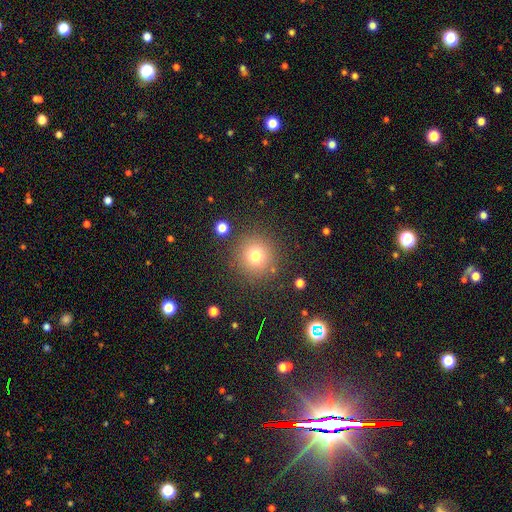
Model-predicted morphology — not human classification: smooth_or_featured: smooth (p=0.75) [alt: star or artifact p=0.16]
how_rounded: round (p=0.94) [alt: in between p=0.05]
merging: none (p=0.86) [alt: minor disturbance p=0.07]